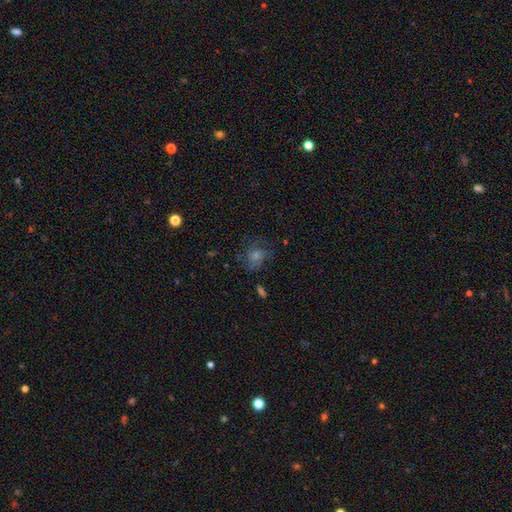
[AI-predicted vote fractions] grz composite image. It shows a featured or disk galaxy (44%). Merging: none (68%).